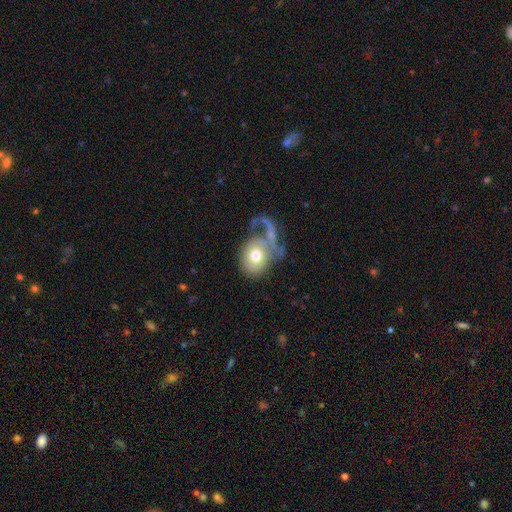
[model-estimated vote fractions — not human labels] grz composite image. It shows a smooth galaxy with no disk features (59%) that is round (54%). Merging: major disturbance (46%).